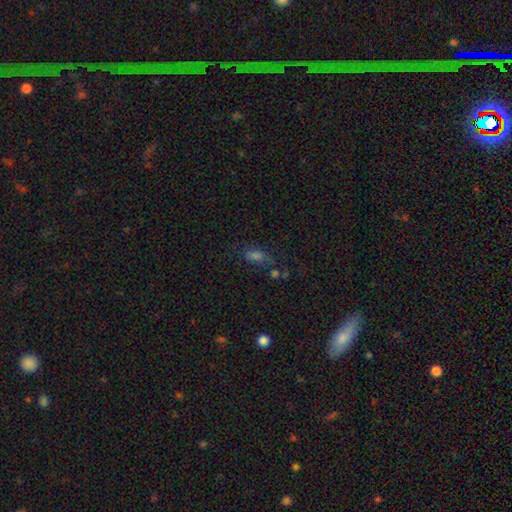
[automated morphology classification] Q: Smooth or featured?
A: smooth (57%); runner-up: star or artifact (30%)
Q: How rounded?
A: in between (75%); runner-up: cigar-shaped (14%)
Q: Merging?
A: none (60%); runner-up: minor disturbance (19%)